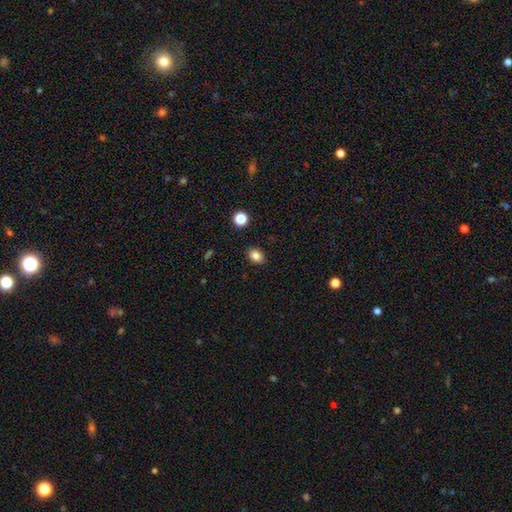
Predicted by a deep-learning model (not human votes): smooth_or_featured: smooth (p=0.83) [alt: star or artifact p=0.11]
how_rounded: in between (p=0.67) [alt: round p=0.32]
merging: none (p=0.88) [alt: minor disturbance p=0.08]